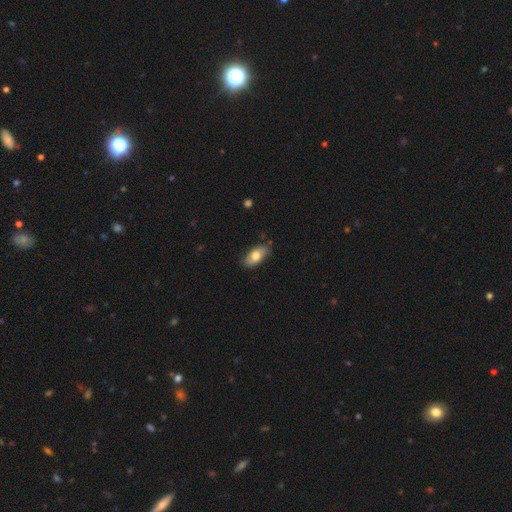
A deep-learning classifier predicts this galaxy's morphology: type=smooth (73%); roundness=in between (92%); merging=none (80%).